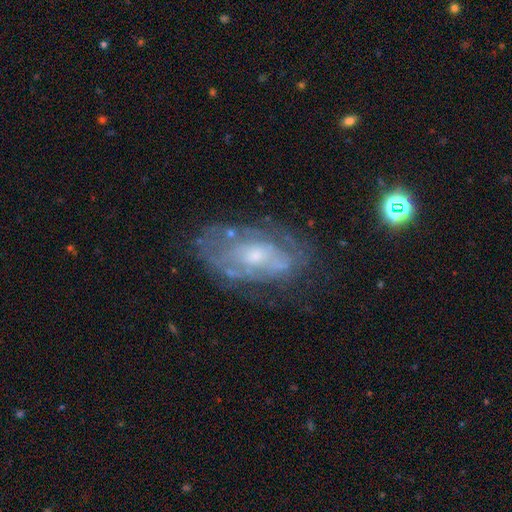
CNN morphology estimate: Smooth or featured? featured or disk (71%)
Edge-on disk? no (93%)
Bar? no (75%)
Spiral arms? yes (56%)
Bulge size? small (51%)
Merging? none (64%)